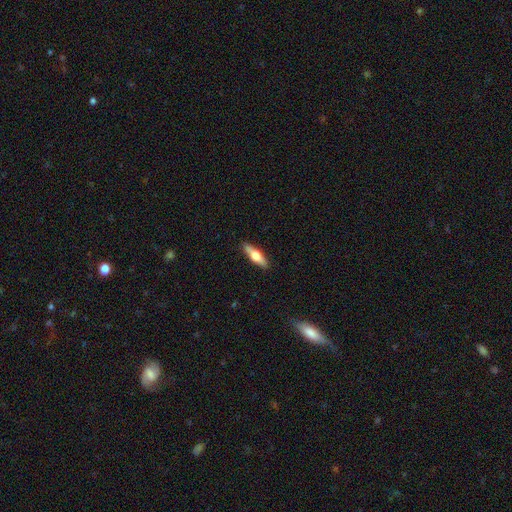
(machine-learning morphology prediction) Smooth or featured? Predicted: smooth (p=0.49). Merging? Predicted: none (p=0.89).